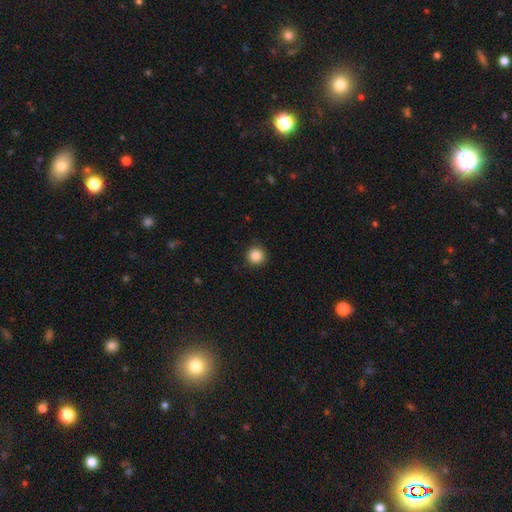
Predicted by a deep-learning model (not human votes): This is clearly a smooth galaxy (87%). How rounded: clearly round (95%). Merging: clearly none (92%).